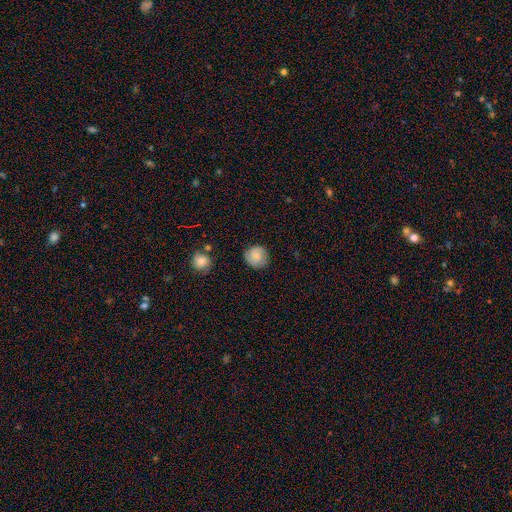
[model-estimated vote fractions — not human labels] Smooth or featured: smooth — 76% (featured or disk — 16%)
How rounded: round — 91% (in between — 8%)
Merging: none — 81% (minor disturbance — 14%)